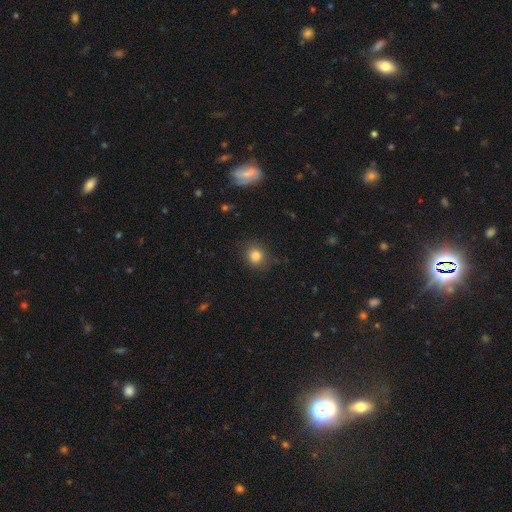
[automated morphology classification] Smooth or featured: smooth — 82% (star or artifact — 11%)
How rounded: round — 78% (in between — 21%)
Merging: none — 80% (minor disturbance — 14%)